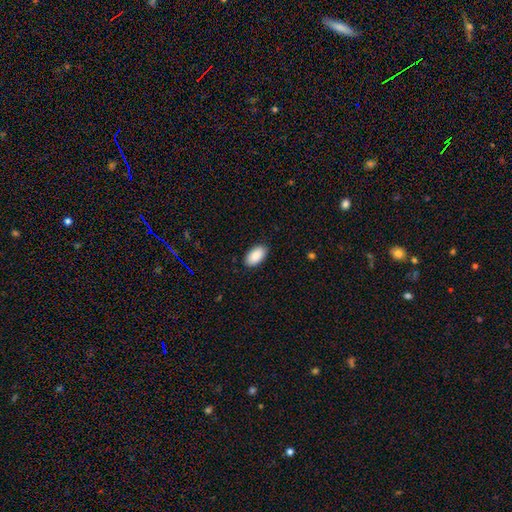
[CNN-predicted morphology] Smooth or featured? Predicted: smooth (p=0.91). How rounded? Predicted: in between (p=0.96). Merging? Predicted: none (p=0.88).